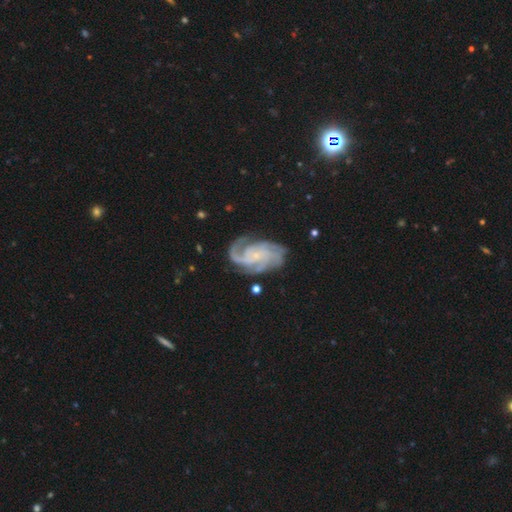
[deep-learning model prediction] Smooth or featured? Predicted: featured or disk (p=0.90). Edge-on disk? Predicted: no (p=0.98). Bar? Predicted: no (p=0.67). Spiral arms? Predicted: yes (p=0.98). Spiral winding? Predicted: tight (p=0.51). Spiral arm count? Predicted: 3 (p=0.38). Bulge size? Predicted: small (p=0.79). Merging? Predicted: none (p=0.71).